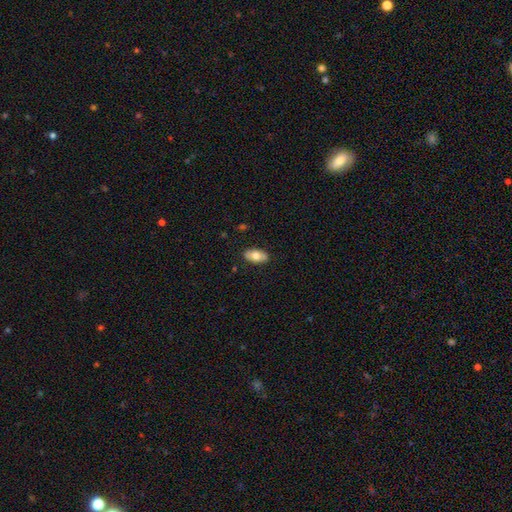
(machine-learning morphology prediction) Smooth or featured?
  - smooth: 71% *
  - featured or disk: 23%
  - star or artifact: 6%
How rounded?
  - in between: 93% *
  - round: 4%
  - cigar-shaped: 3%
Merging?
  - none: 86% *
  - minor disturbance: 11%
  - major disturbance: 2%
  - merger: 1%